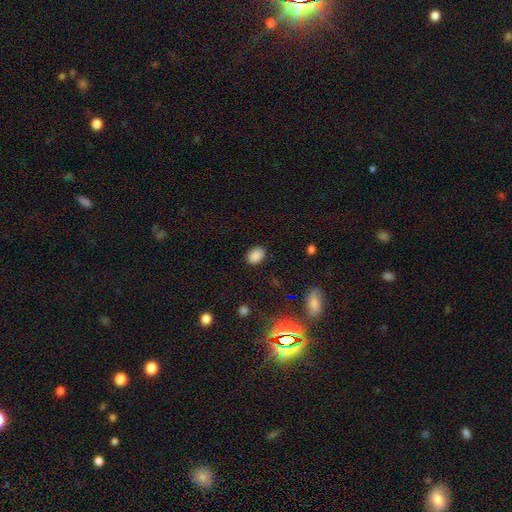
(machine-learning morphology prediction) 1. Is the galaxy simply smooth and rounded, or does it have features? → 84% smooth, 12% star or artifact, 4% featured or disk.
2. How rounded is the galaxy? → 72% in between, 27% round, 1% cigar-shaped.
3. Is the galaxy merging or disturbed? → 86% none, 10% minor disturbance, 3% major disturbance, 1% merger.